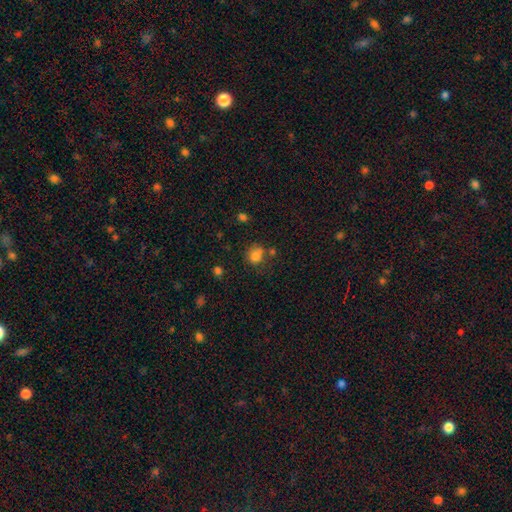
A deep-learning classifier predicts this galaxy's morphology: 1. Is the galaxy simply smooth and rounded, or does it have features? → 77% smooth, 13% star or artifact, 9% featured or disk.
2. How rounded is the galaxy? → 70% round, 29% in between, 1% cigar-shaped.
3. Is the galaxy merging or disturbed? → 52% none, 22% merger, 18% minor disturbance, 8% major disturbance.